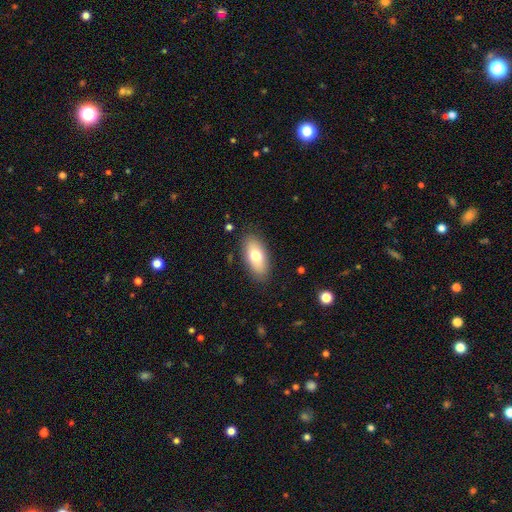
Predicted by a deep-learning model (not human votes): smooth-or-featured: smooth: 72% | featured or disk: 21% | star or artifact: 7%
  how-rounded: in between: 88% | cigar-shaped: 8% | round: 3%
  merging: none: 85% | minor disturbance: 11% | major disturbance: 3% | merger: 1%